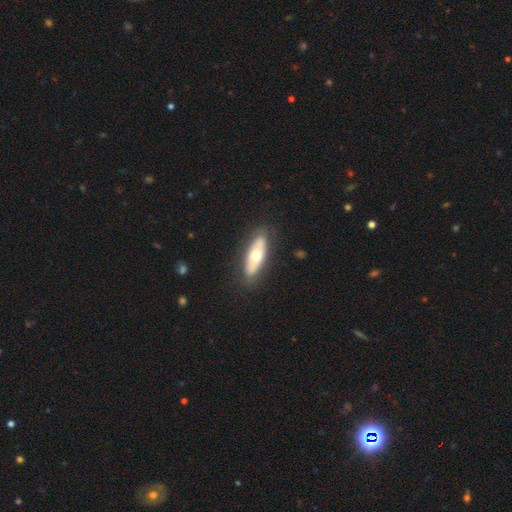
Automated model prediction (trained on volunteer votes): Smooth or featured: smooth — 50% (featured or disk — 45%)
Merging: none — 83% (minor disturbance — 12%)